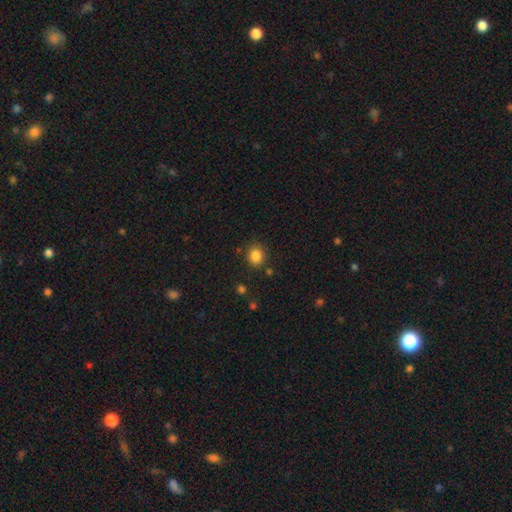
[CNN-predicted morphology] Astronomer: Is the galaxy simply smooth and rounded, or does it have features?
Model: smooth — 85%.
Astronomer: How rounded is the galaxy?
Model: round — 77%.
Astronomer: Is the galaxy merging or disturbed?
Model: none — 83%.